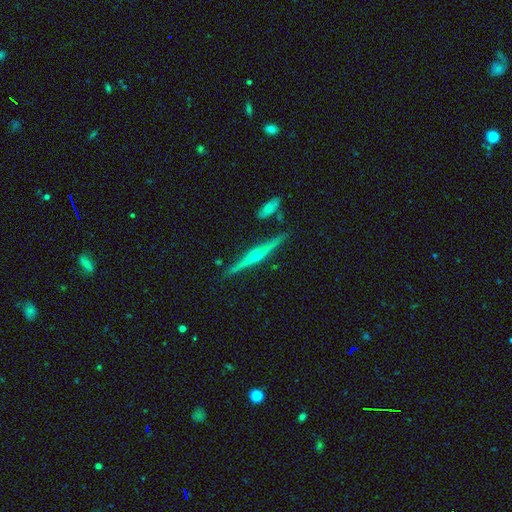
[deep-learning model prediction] Overall: featured or disk (72%). Edge-on disk: yes (97%). Edge-on bulge: rounded (63%; none 26%). Merging: none (86%).